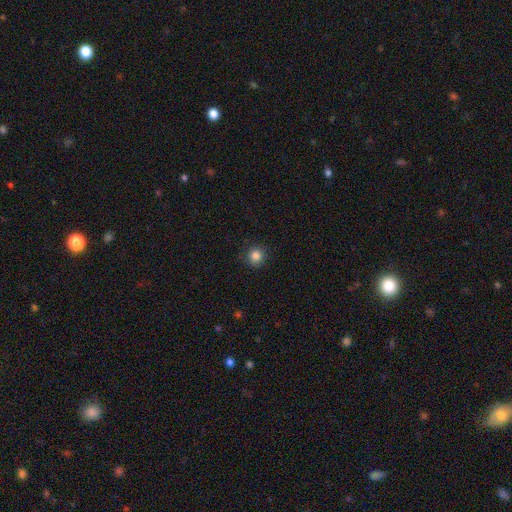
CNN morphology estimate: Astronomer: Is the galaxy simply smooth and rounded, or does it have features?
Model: smooth — 84%.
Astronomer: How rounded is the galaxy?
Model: round — 93%.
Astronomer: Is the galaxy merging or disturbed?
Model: none — 89%.